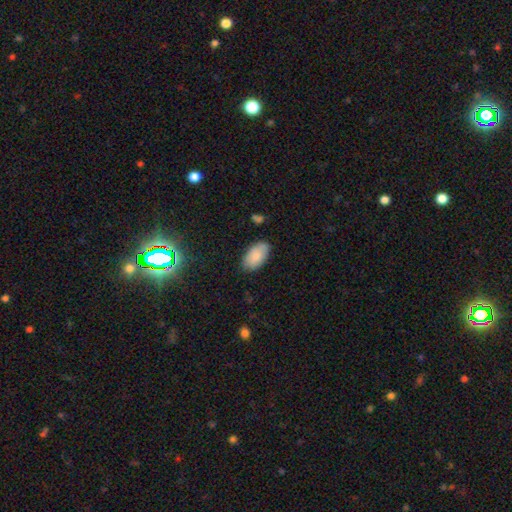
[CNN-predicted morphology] This is clearly a smooth galaxy (84%). How rounded: clearly in between (95%). Merging: clearly none (81%).